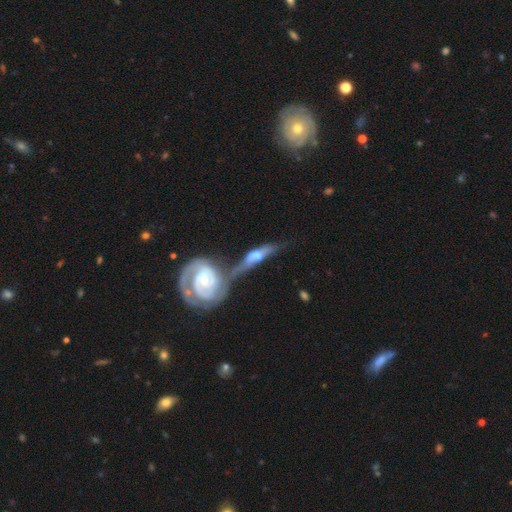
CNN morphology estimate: Smooth or featured?
  - featured or disk: 72% *
  - smooth: 22%
  - star or artifact: 6%
Edge-on disk?
  - no: 61% *
  - yes: 39%
Merging?
  - merger: 59% *
  - none: 18%
  - minor disturbance: 12%
  - major disturbance: 11%